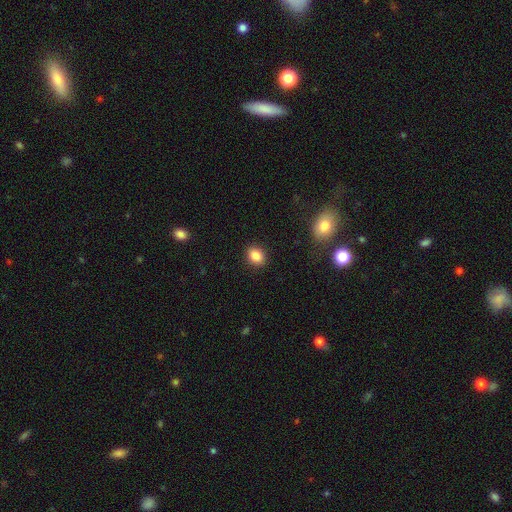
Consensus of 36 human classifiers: smooth-or-featured: smooth: 94% | featured or disk: 3% | star or artifact: 3%
  how-rounded: in between: 68% | round: 32% | cigar-shaped: 0%
  merging: none: 97% | minor disturbance: 3% | major disturbance: 0% | merger: 0%